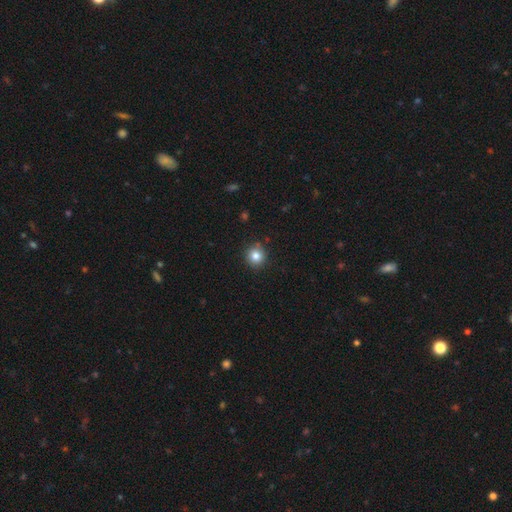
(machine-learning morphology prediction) A smooth galaxy with no disk features (83%) that is round (92%). Merging: none (88%).